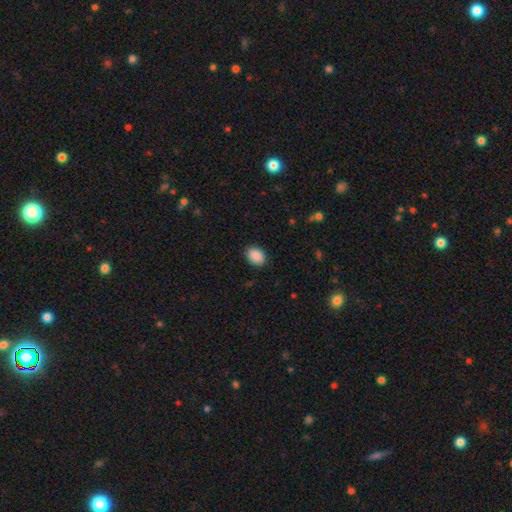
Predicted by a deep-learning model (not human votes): Q: Smooth or featured?
A: smooth (90%); runner-up: star or artifact (7%)
Q: How rounded?
A: in between (72%); runner-up: round (27%)
Q: Merging?
A: none (88%); runner-up: minor disturbance (8%)